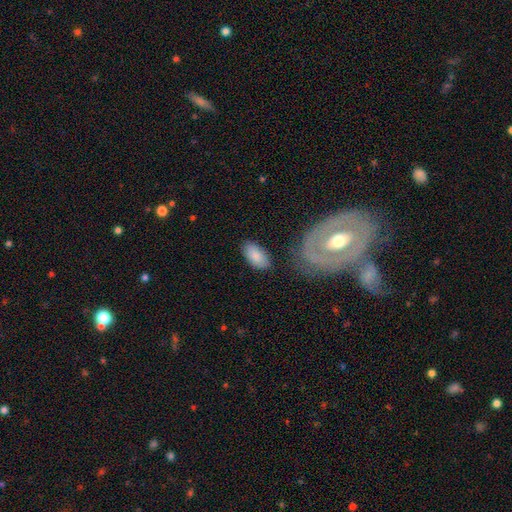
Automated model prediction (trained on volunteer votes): Morphology: type=smooth (85%); roundness=in between (94%); merging=none (77%).